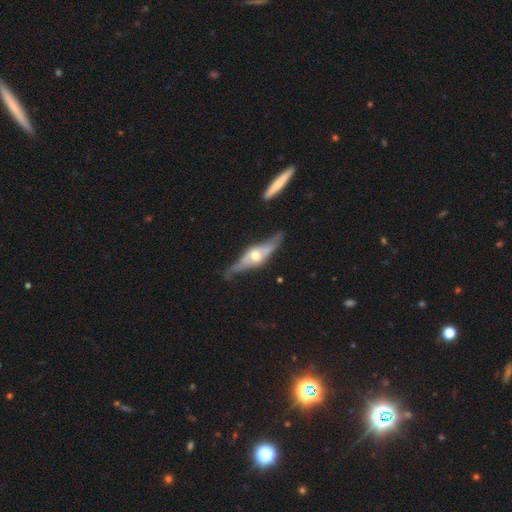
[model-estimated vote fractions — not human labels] Smooth or featured? Predicted: featured or disk (p=0.76). Edge-on disk? Predicted: yes (p=0.87). Edge-on bulge? Predicted: rounded (p=0.92). Merging? Predicted: none (p=0.68).